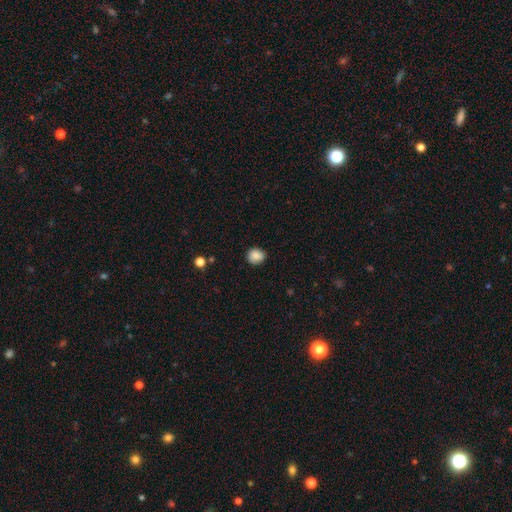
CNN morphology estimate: Smooth or featured?
  - smooth: 86% *
  - star or artifact: 9%
  - featured or disk: 5%
How rounded?
  - round: 75% *
  - in between: 24%
  - cigar-shaped: 1%
Merging?
  - none: 84% *
  - minor disturbance: 12%
  - major disturbance: 3%
  - merger: 1%